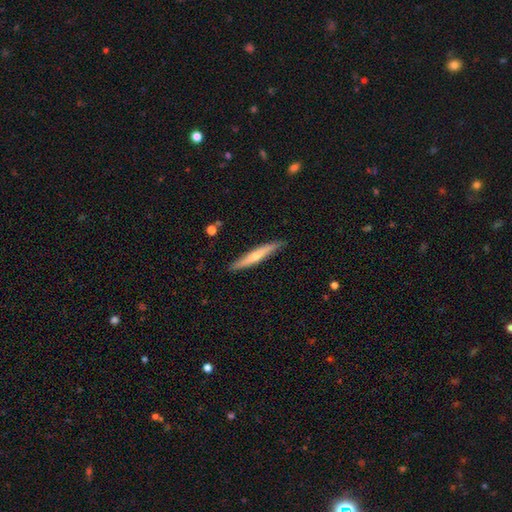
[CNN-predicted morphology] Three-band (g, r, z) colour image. It shows a smooth galaxy with no disk features (50%) that is cigar-shaped (93%). Merging: none (86%).